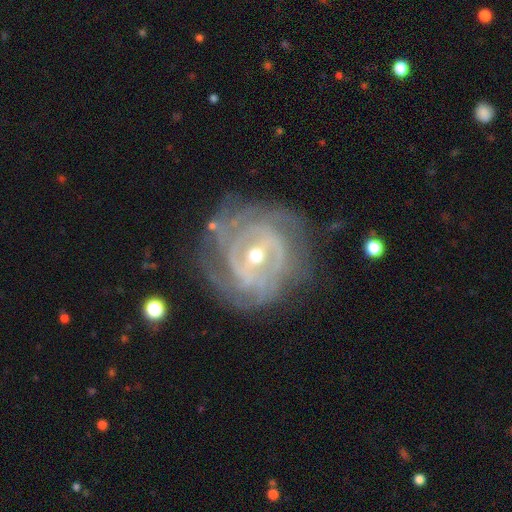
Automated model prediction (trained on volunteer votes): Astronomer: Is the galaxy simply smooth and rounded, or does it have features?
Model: featured or disk — 90%.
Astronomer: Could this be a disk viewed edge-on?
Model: no — 97%.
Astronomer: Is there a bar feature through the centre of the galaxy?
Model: weak — 44% (runner-up: strong, 31%).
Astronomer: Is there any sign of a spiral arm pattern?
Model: yes — 95%.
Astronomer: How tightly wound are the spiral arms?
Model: tight — 73%.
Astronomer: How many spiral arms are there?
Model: can't tell — 31% (runner-up: 3, 22%).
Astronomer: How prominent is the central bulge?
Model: moderate — 49% (runner-up: small, 48%).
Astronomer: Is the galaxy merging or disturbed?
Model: none — 73%.